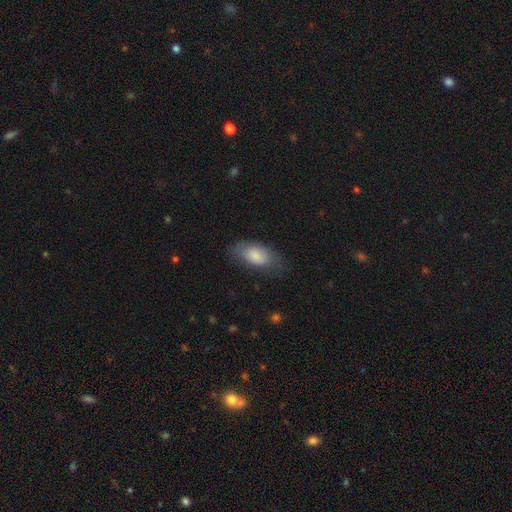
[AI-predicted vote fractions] This is clearly a smooth galaxy (81%). How rounded: clearly in between (91%). Merging: likely none (64%).